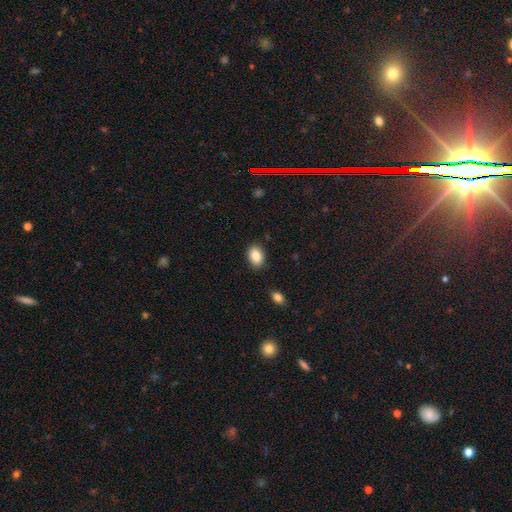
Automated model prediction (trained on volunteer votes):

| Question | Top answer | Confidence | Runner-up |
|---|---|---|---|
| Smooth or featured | smooth | 87% | star or artifact (8%) |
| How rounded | in between | 82% | round (17%) |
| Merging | none | 86% | minor disturbance (10%) |